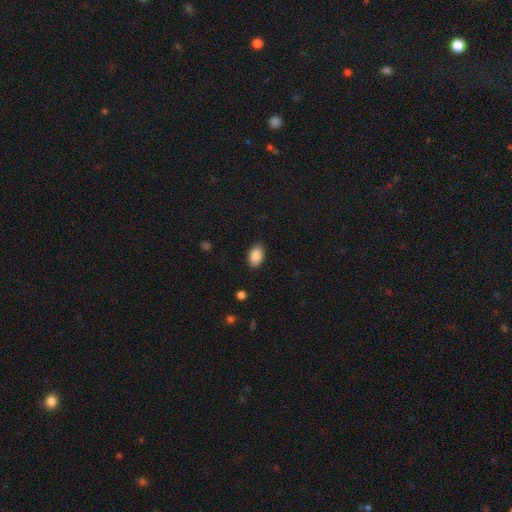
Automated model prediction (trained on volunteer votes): Smooth or featured? Predicted: smooth (p=0.89). How rounded? Predicted: in between (p=0.92). Merging? Predicted: none (p=0.88).